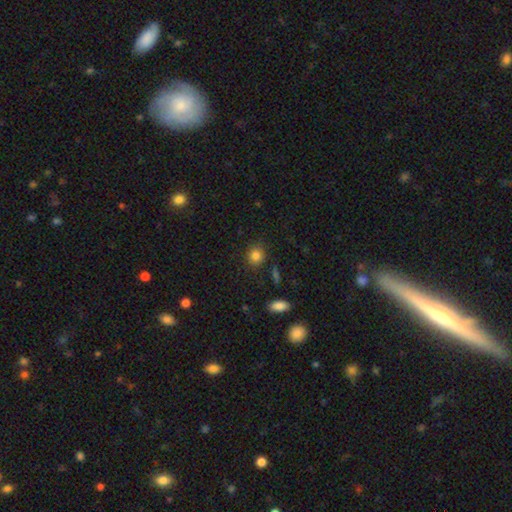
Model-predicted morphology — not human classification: smooth 84%, star or artifact 11%, featured or disk 5%. Down the decision tree: how rounded — round (79%); merging — none (86%).